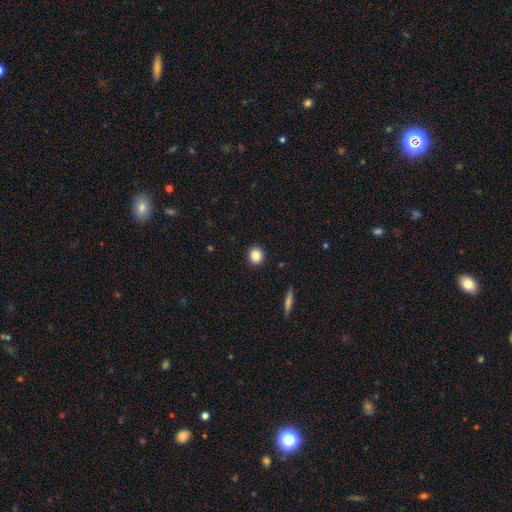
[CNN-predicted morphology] smooth-or-featured: smooth: 85% | star or artifact: 10% | featured or disk: 5%
  how-rounded: round: 87% | in between: 12% | cigar-shaped: 1%
  merging: none: 92% | minor disturbance: 5% | major disturbance: 2% | merger: 1%